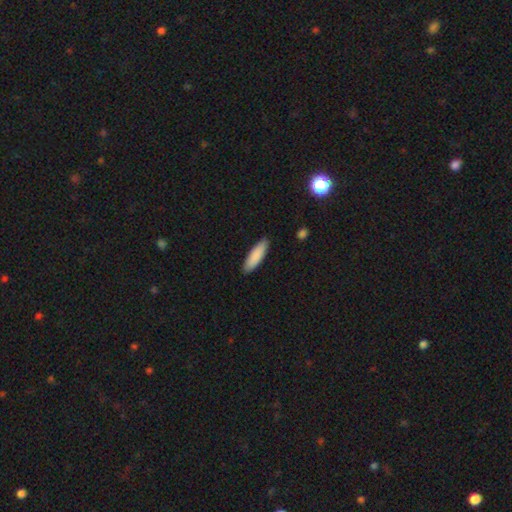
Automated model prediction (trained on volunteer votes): Smooth or featured? Predicted: smooth (p=0.88). How rounded? Predicted: cigar-shaped (p=0.53). Merging? Predicted: none (p=0.89).